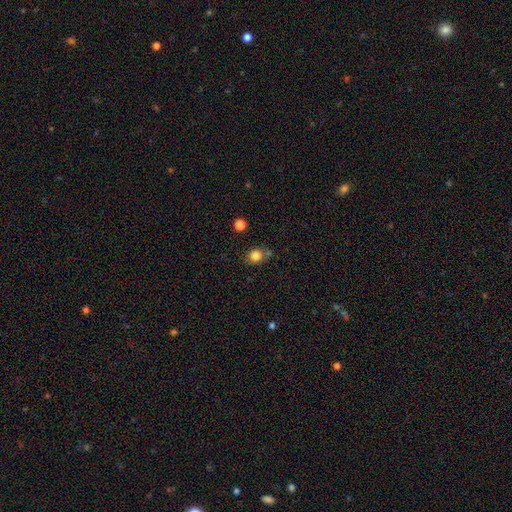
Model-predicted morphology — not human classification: This appears to be a smooth galaxy with no disk features (83%) that is round (67%). Merging: none (65%).